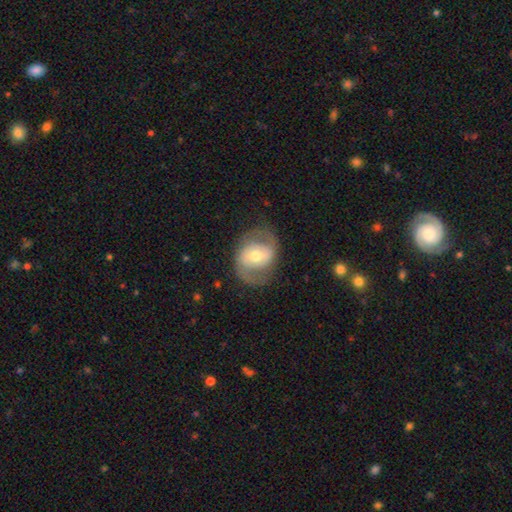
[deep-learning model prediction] featured or disk 71%, smooth 23%, star or artifact 6%. Down the decision tree: edge-on disk — no (97%); bar — no (43%); spiral arms — yes (73%); spiral arm count — 2 (83%); spiral winding — medium (47%); bulge size — moderate (70%); merging — none (71%).